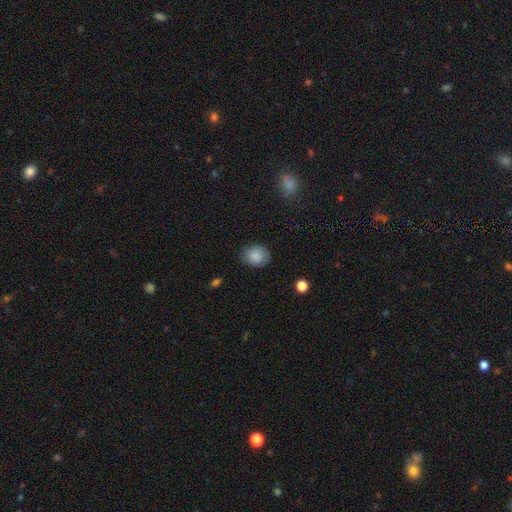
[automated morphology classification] Overall: smooth (85%). How rounded: round (56%; in between 43%). Merging: none (80%).